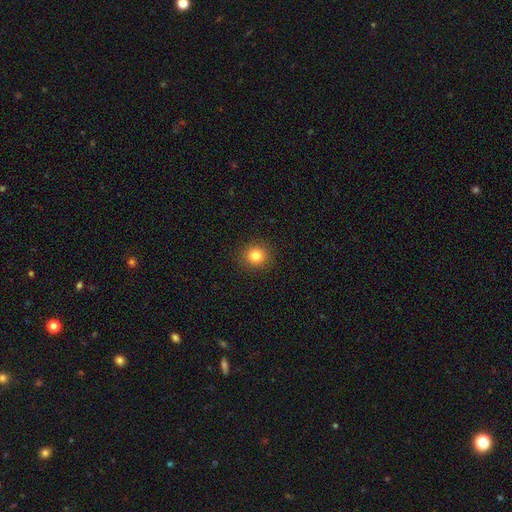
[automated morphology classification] The model was most divided on "smooth or featured": smooth: 82%, star or artifact: 12%, featured or disk: 6%. More confident: merging — none (92%); how rounded — round (91%).